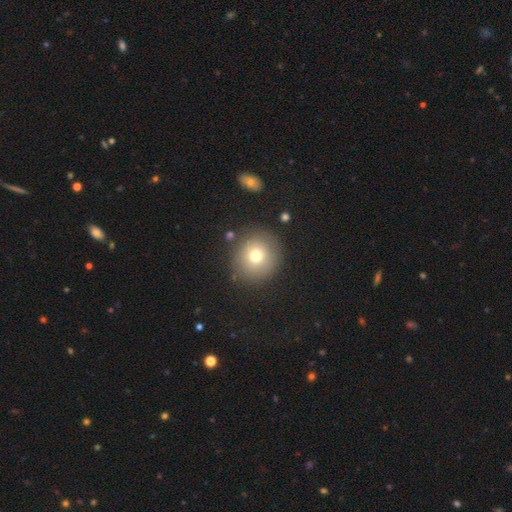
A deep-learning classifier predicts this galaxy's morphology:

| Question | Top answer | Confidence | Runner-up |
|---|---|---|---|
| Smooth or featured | smooth | 73% | featured or disk (15%) |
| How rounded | round | 90% | in between (9%) |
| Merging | none | 84% | minor disturbance (9%) |